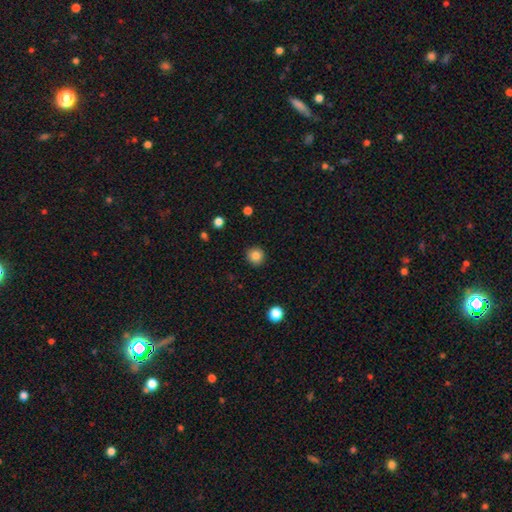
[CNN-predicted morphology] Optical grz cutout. It shows a smooth galaxy with no disk features (84%) that is round (93%). Merging: none (90%).